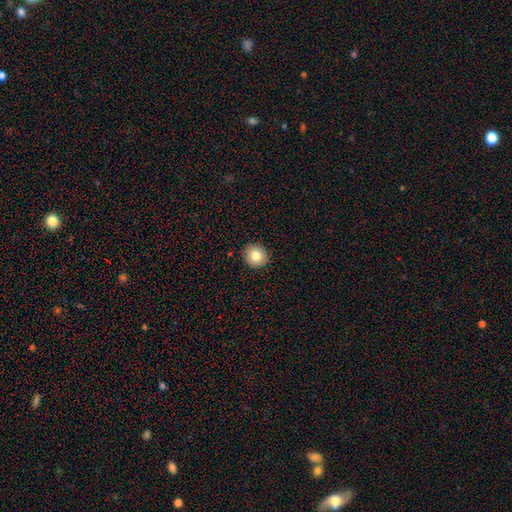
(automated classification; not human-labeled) Smooth or featured? Predicted: smooth (p=0.81). How rounded? Predicted: round (p=0.89). Merging? Predicted: none (p=0.91).